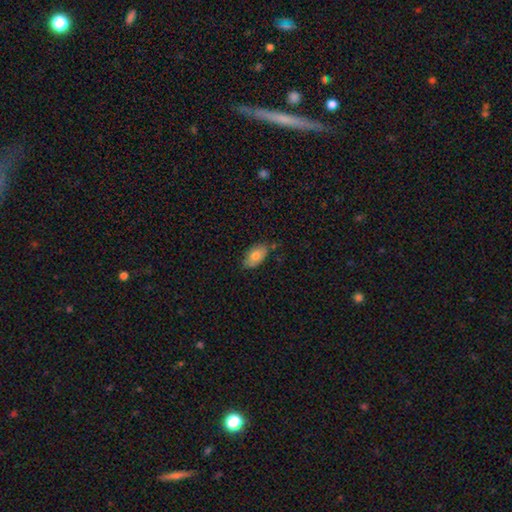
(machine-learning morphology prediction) The model was most divided on "merging": none: 77%, minor disturbance: 18%, major disturbance: 3%, merger: 3%. More confident: how rounded — in between (94%); smooth or featured — smooth (78%).